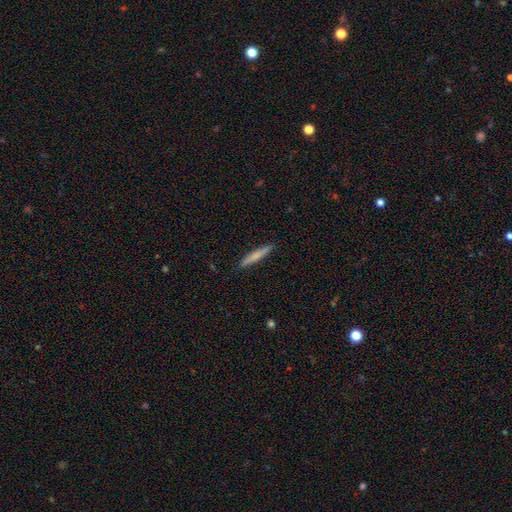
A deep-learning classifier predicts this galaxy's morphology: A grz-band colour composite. It shows a smooth galaxy with no disk features (68%) that is cigar-shaped (95%). Merging: none (90%).